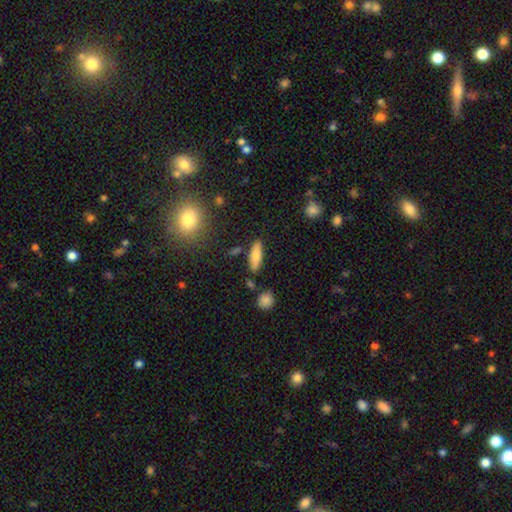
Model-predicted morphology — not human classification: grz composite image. It shows a smooth galaxy with no disk features (75%) that is in between round and cigar-shaped (57%). Merging: none (82%).